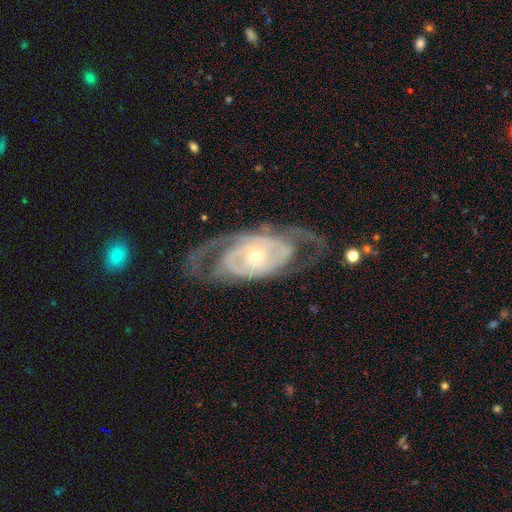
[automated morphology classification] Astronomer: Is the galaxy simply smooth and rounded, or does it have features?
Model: featured or disk — 86%.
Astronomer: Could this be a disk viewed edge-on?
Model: no — 93%.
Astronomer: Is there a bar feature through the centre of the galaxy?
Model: no — 75%.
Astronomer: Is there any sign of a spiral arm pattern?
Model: yes — 86%.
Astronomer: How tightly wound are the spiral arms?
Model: tight — 56% (runner-up: medium, 33%).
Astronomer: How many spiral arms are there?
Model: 2 — 58%.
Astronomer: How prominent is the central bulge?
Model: small — 69%.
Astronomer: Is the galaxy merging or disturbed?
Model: none — 68%.